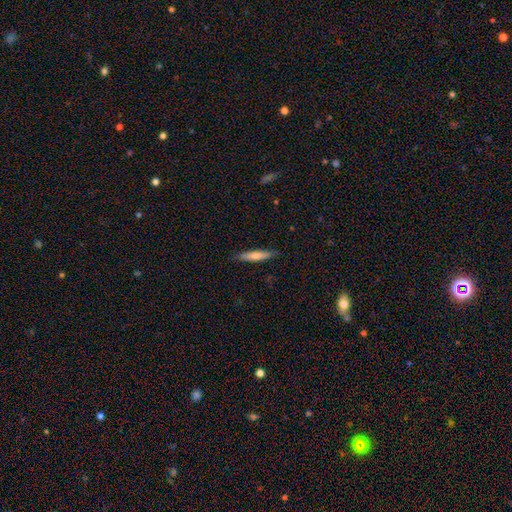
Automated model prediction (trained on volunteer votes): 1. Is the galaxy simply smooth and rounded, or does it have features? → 67% smooth, 27% featured or disk, 6% star or artifact.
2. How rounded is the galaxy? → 88% cigar-shaped, 11% in between, 1% round.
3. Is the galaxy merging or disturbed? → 86% none, 11% minor disturbance, 2% major disturbance, 1% merger.